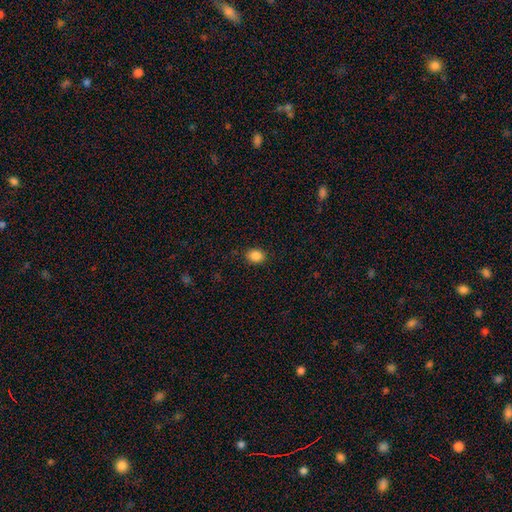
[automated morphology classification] Smooth or featured: smooth — 87% (star or artifact — 10%)
How rounded: in between — 57% (round — 42%)
Merging: none — 88% (minor disturbance — 9%)